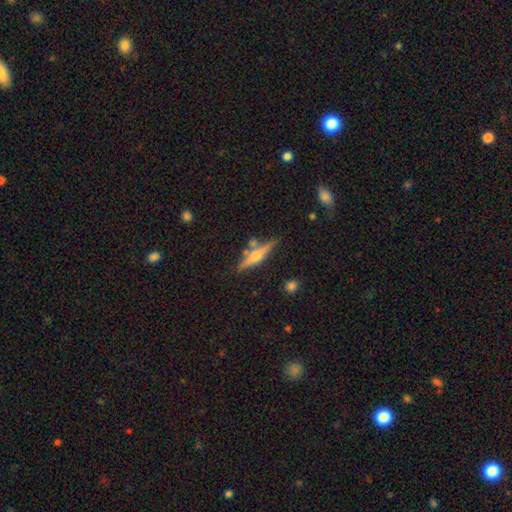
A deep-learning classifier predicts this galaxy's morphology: type=featured or disk (64%); edge-on=yes (96%); edge-on bulge=rounded (88%); merging=none (76%).